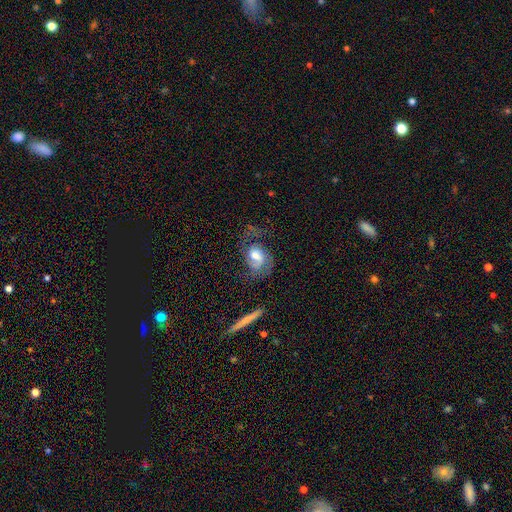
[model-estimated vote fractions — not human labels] smooth_or_featured: featured or disk (p=0.66) [alt: smooth p=0.27]
disk_edge_on: no (p=0.96) [alt: yes p=0.04]
bar: no (p=0.50) [alt: weak p=0.39]
has_spiral_arms: yes (p=0.87) [alt: no p=0.13]
spiral_winding: medium (p=0.45) [alt: loose p=0.31]
spiral_arm_count: 2 (p=0.64) [alt: 1 p=0.19]
bulge_size: moderate (p=0.54) [alt: large p=0.25]
merging: none (p=0.45) [alt: major disturbance p=0.30]